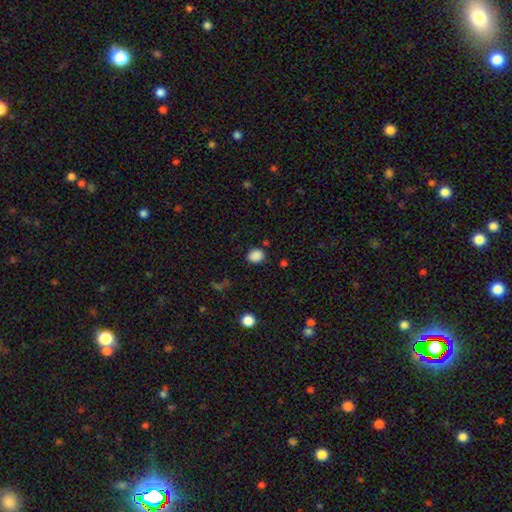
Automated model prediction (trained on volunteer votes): Q: Smooth or featured?
A: smooth (86%); runner-up: star or artifact (11%)
Q: How rounded?
A: in between (52%); runner-up: round (47%)
Q: Merging?
A: none (81%); runner-up: minor disturbance (13%)